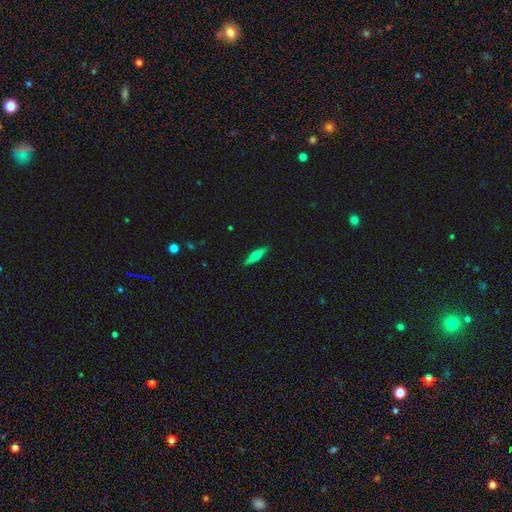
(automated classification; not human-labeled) Morphology: type=smooth (58%); roundness=cigar-shaped (80%); merging=none (89%).